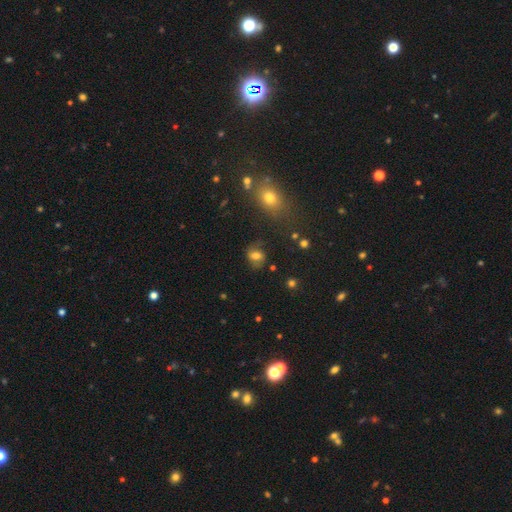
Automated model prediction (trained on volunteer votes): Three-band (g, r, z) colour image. It shows a smooth galaxy with no disk features (62%) that is in between round and cigar-shaped (51%). Merging: none (65%).